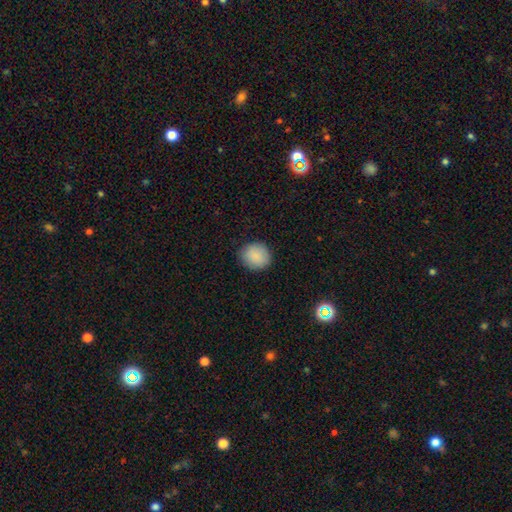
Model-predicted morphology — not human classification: Smooth or featured: smooth — 89% (star or artifact — 8%)
How rounded: round — 82% (in between — 17%)
Merging: none — 87% (minor disturbance — 9%)